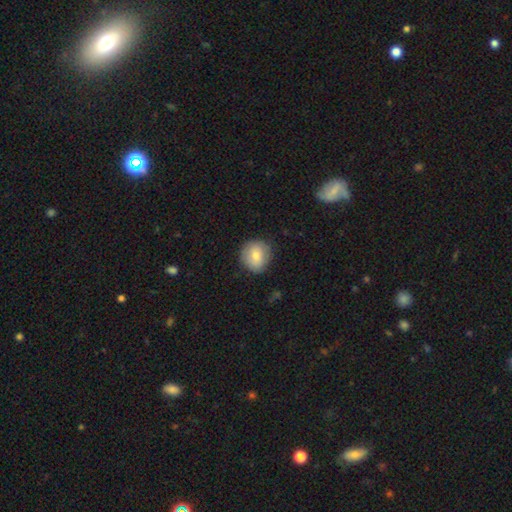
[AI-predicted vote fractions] smooth 75%, featured or disk 18%, star or artifact 7%. Down the decision tree: how rounded — round (84%); merging — none (80%).